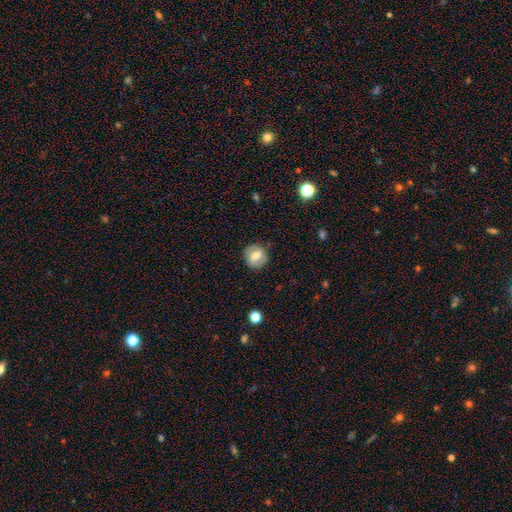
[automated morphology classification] Smooth or featured? Predicted: smooth (p=0.58). How rounded? Predicted: round (p=0.85). Merging? Predicted: none (p=0.85).